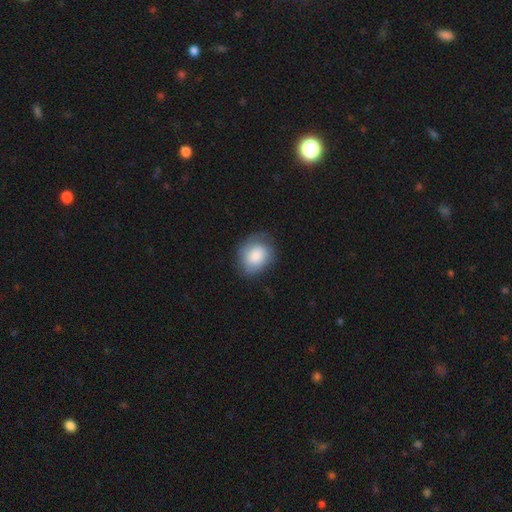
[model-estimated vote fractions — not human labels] The model was most divided on "how rounded": round: 50%, in between: 49%, cigar-shaped: 1%. More confident: smooth or featured — smooth (76%); merging — none (66%).